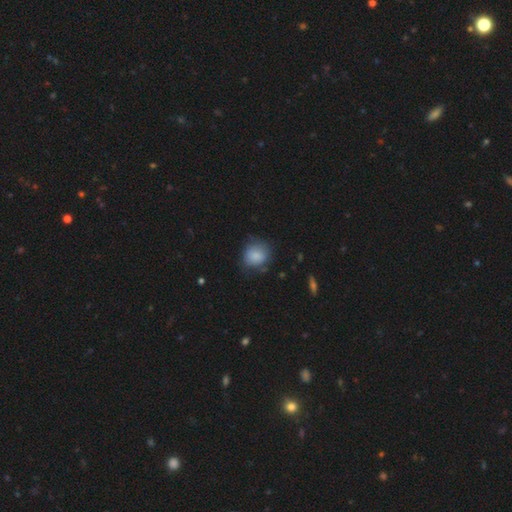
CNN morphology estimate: type=smooth (83%); roundness=round (75%); merging=none (63%).